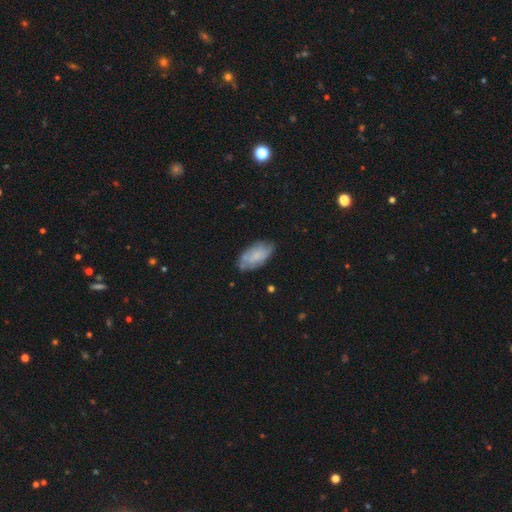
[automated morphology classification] type=smooth (61%); roundness=in between (93%); merging=none (70%).